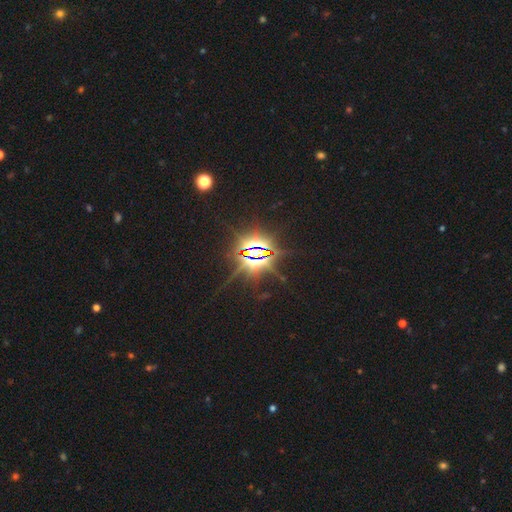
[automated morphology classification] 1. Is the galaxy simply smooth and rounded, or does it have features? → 86% star or artifact, 8% featured or disk, 7% smooth.